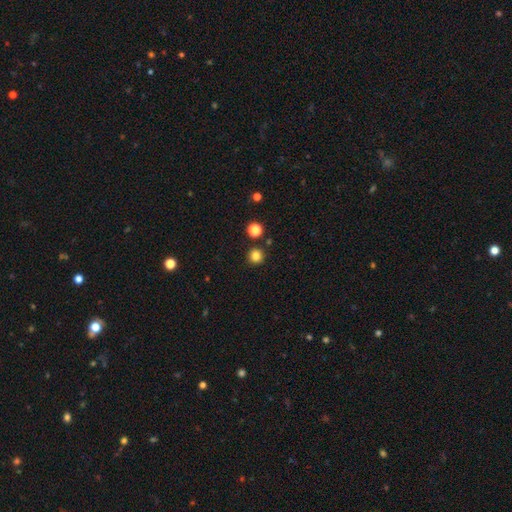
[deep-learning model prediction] Morphology: type=smooth (82%); roundness=round (94%); merging=none (88%).